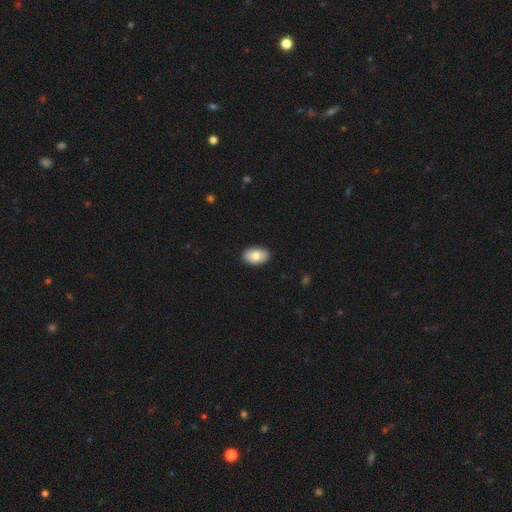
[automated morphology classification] Smooth or featured? Predicted: smooth (p=0.79). How rounded? Predicted: in between (p=0.92). Merging? Predicted: none (p=0.90).